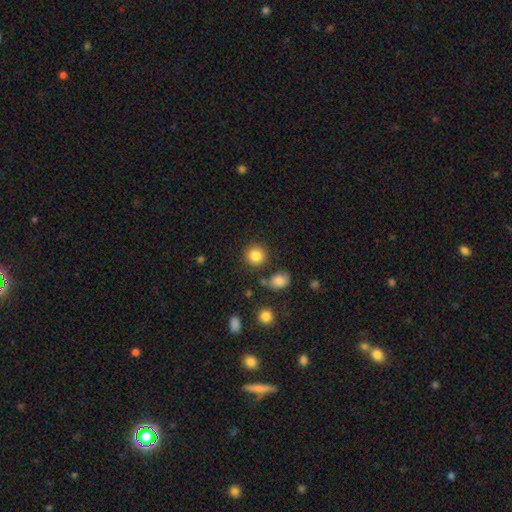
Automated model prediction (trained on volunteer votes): Smooth or featured? smooth (85%)
How rounded? round (91%)
Merging? none (84%)